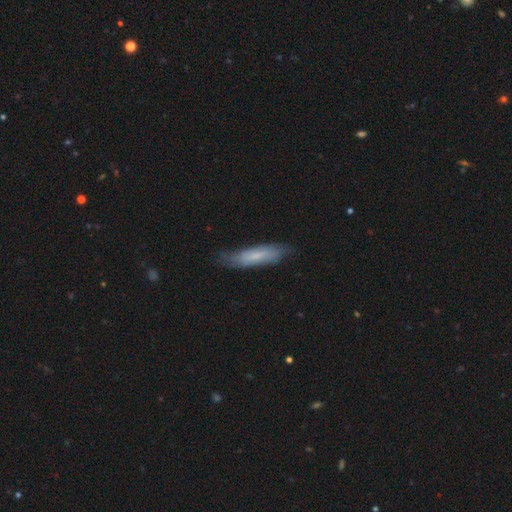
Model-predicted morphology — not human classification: smooth_or_featured: smooth (p=0.59) [alt: featured or disk p=0.35]
how_rounded: cigar-shaped (p=0.73) [alt: in between p=0.26]
merging: none (p=0.72) [alt: minor disturbance p=0.22]